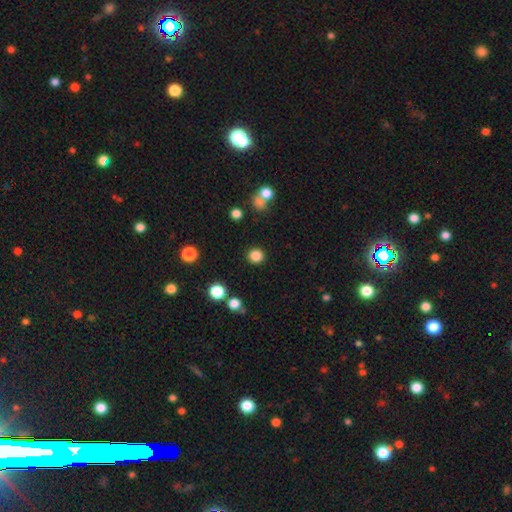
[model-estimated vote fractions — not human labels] Q: Smooth or featured?
A: smooth (84%); runner-up: star or artifact (12%)
Q: How rounded?
A: round (92%); runner-up: in between (7%)
Q: Merging?
A: none (90%); runner-up: minor disturbance (5%)